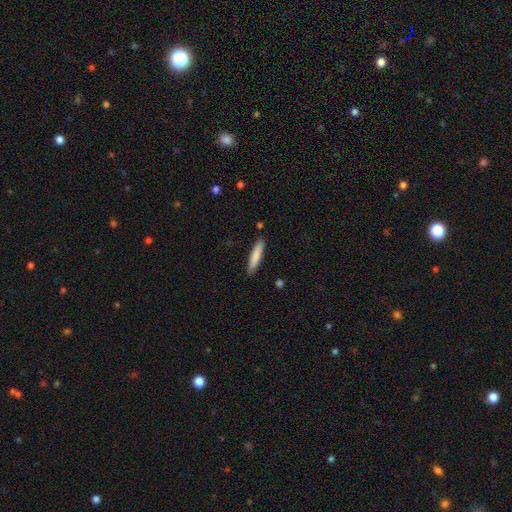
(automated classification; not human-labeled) A smooth galaxy with no disk features (83%) that is cigar-shaped (87%). Merging: none (87%).